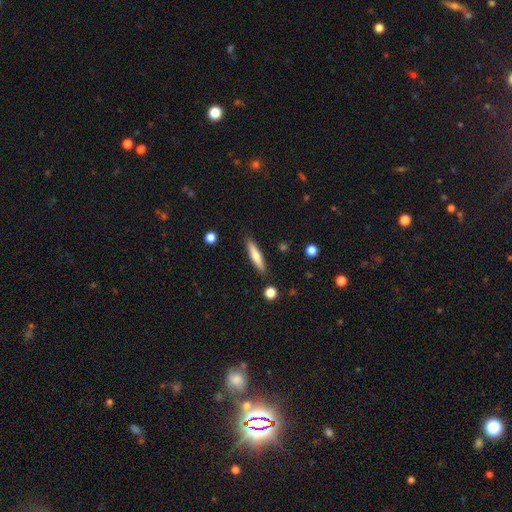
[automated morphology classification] A smooth galaxy with no disk features (63%) that is cigar-shaped (86%). Merging: none (88%).